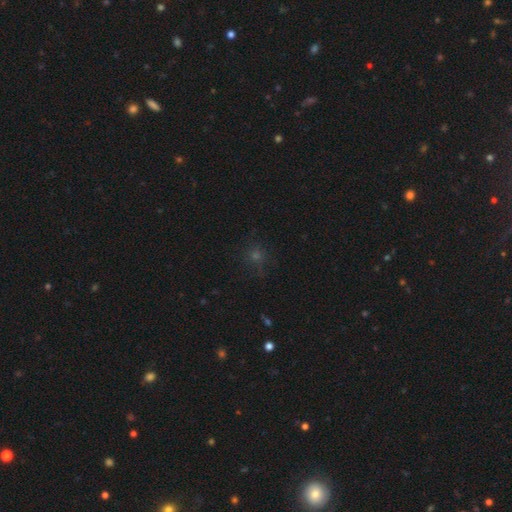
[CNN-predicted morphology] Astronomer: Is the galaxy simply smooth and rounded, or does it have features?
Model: smooth — 46% (runner-up: star or artifact, 43%).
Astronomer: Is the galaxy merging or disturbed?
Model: none — 82%.